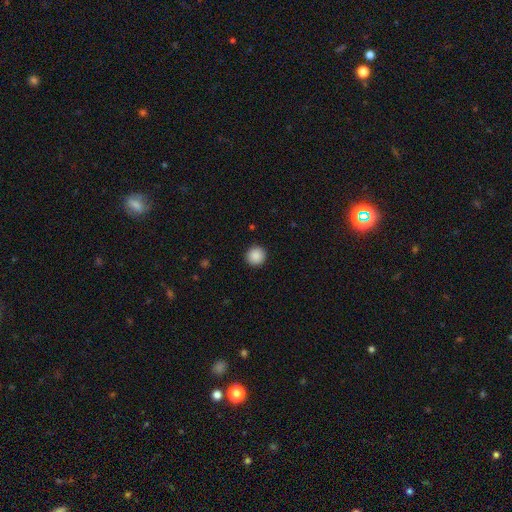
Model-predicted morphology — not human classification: smooth_or_featured: smooth (p=0.89) [alt: star or artifact p=0.09]
how_rounded: round (p=0.95) [alt: in between p=0.04]
merging: none (p=0.92) [alt: minor disturbance p=0.05]